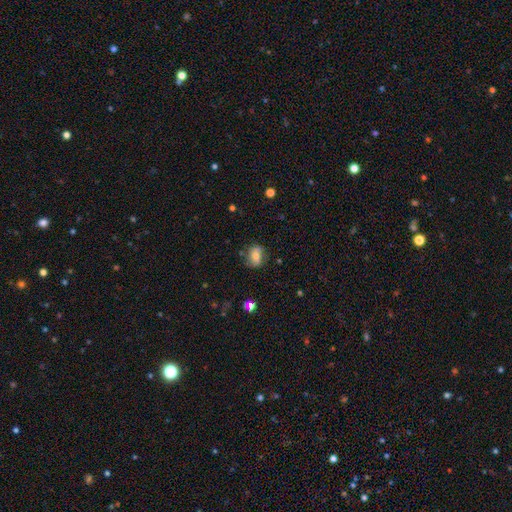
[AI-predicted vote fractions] This is possibly a smooth galaxy (60%). How rounded: possibly in between (52%). Merging: likely none (75%).